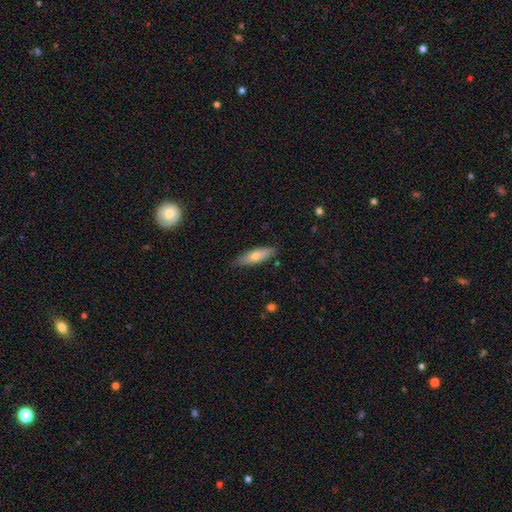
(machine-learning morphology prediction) This appears to be a smooth galaxy with no disk features (67%) that is in between round and cigar-shaped (49%). Merging: none (81%).